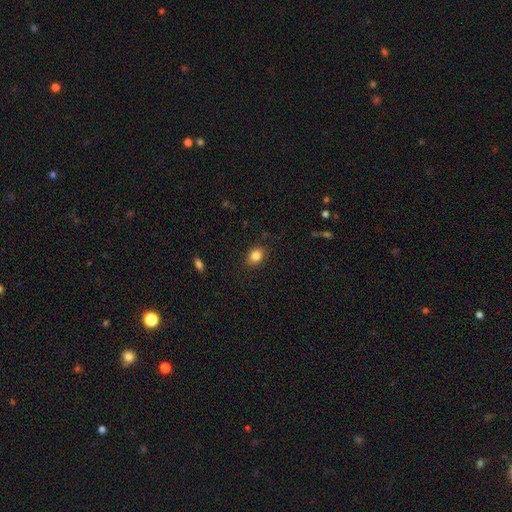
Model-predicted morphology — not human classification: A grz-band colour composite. It shows a smooth galaxy with no disk features (84%) that is in between round and cigar-shaped (55%). Merging: none (85%).